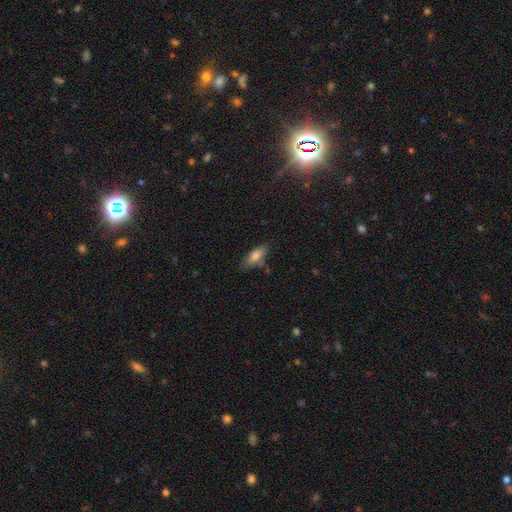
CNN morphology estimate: Smooth or featured? Predicted: smooth (p=0.77). How rounded? Predicted: in between (p=0.73). Merging? Predicted: none (p=0.72).